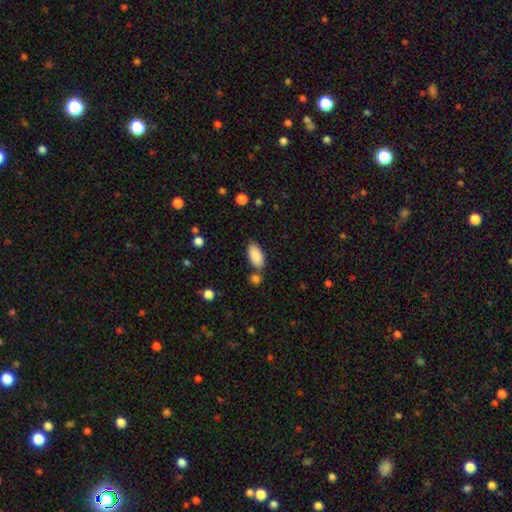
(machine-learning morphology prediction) This is clearly a smooth galaxy (89%). How rounded: clearly in between (93%). Merging: likely none (71%).